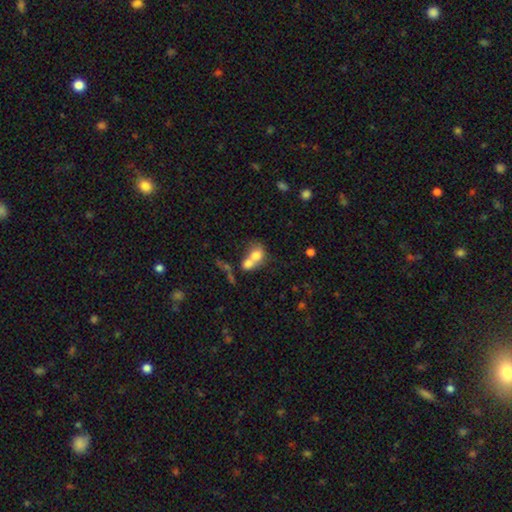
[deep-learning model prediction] smooth-or-featured: smooth: 70% | featured or disk: 20% | star or artifact: 10%
  how-rounded: round: 51% | in between: 47% | cigar-shaped: 1%
  merging: merger: 73% | none: 16% | minor disturbance: 6% | major disturbance: 5%